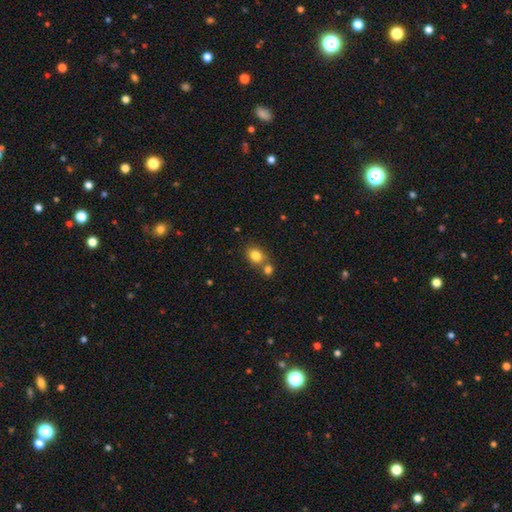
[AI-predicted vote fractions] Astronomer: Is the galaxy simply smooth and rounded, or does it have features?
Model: smooth — 82%.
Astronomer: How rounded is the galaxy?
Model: in between — 50% (runner-up: round, 49%).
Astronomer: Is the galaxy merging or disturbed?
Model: none — 54% (runner-up: merger, 33%).